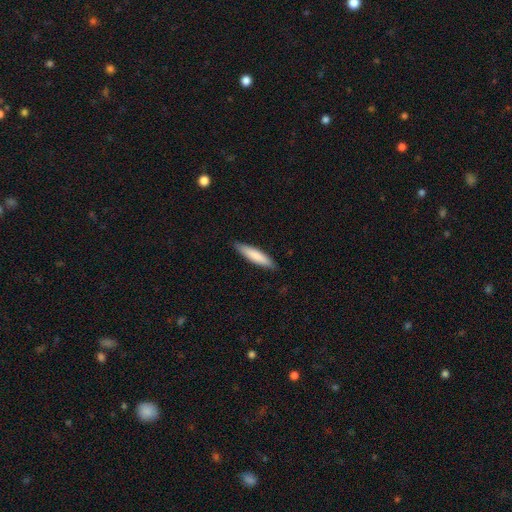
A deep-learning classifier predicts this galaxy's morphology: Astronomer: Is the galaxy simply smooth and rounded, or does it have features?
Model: smooth — 81%.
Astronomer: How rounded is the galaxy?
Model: cigar-shaped — 81%.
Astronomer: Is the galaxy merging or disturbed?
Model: none — 88%.